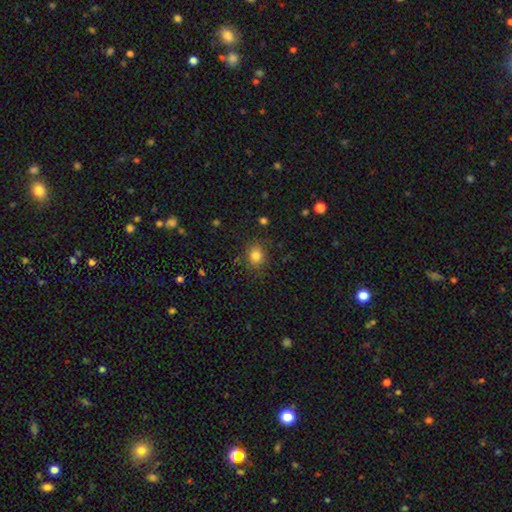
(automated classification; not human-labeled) A smooth galaxy with no disk features (82%) that is round (73%).

Vote fractions:
- Smooth or featured? smooth: 82% / star or artifact: 12% / featured or disk: 5%
- How rounded? round: 73% / in between: 27% / cigar-shaped: 1%
- Merging? none: 84% / minor disturbance: 11% / major disturbance: 4% / merger: 2%